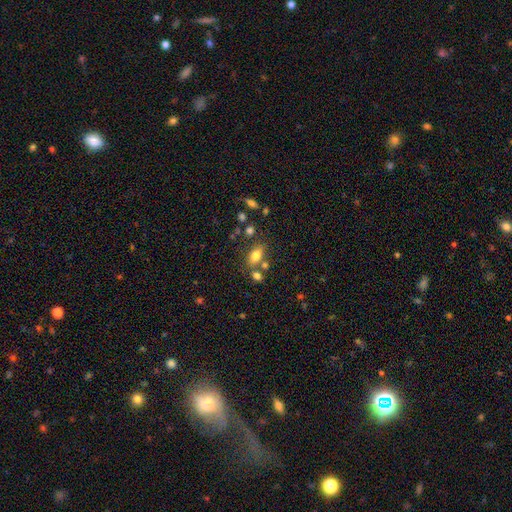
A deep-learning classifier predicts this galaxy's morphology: This is likely a smooth galaxy (76%). How rounded: clearly in between (85%). Merging: likely none (64%).